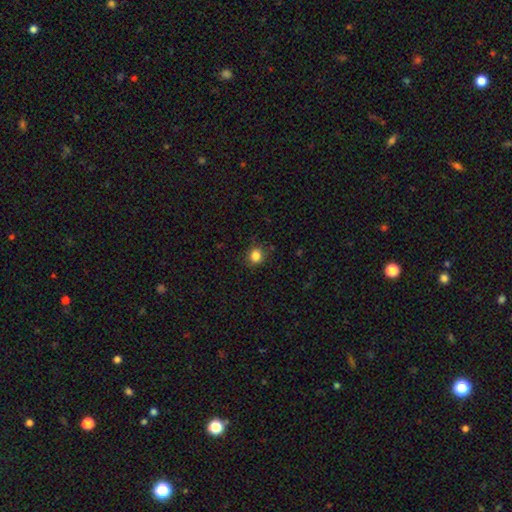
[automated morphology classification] Q: Smooth or featured?
A: smooth (84%); runner-up: star or artifact (12%)
Q: How rounded?
A: round (80%); runner-up: in between (19%)
Q: Merging?
A: none (85%); runner-up: minor disturbance (11%)